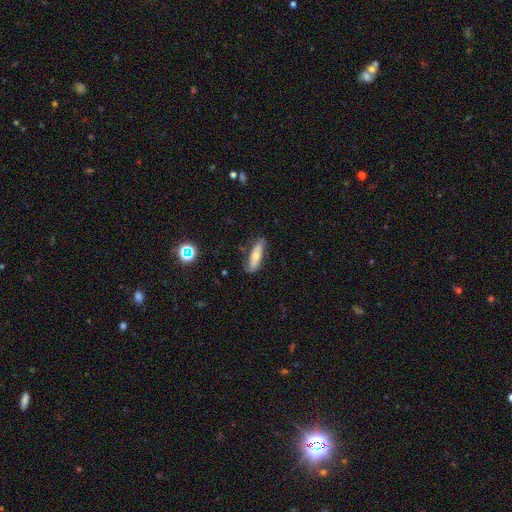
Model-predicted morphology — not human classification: Smooth or featured?
  - smooth: 49% *
  - featured or disk: 42%
  - star or artifact: 8%
Merging?
  - none: 72% *
  - minor disturbance: 20%
  - major disturbance: 6%
  - merger: 2%